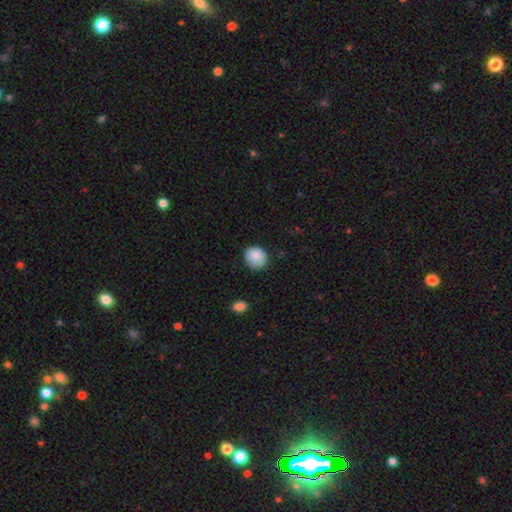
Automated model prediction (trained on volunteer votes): Q: Smooth or featured?
A: smooth (84%); runner-up: featured or disk (8%)
Q: How rounded?
A: round (84%); runner-up: in between (15%)
Q: Merging?
A: none (75%); runner-up: minor disturbance (20%)